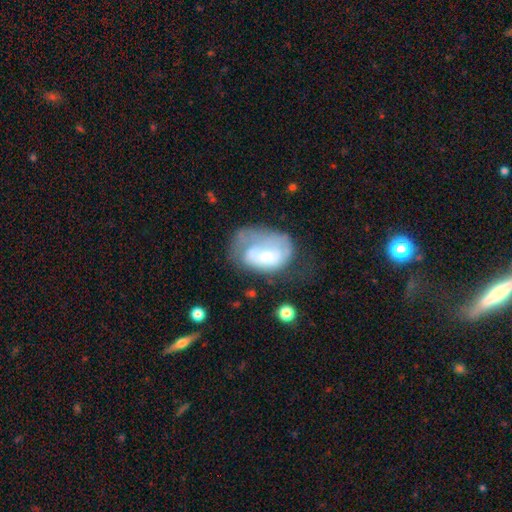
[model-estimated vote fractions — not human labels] The model was most divided on "smooth or featured": featured or disk: 49%, smooth: 43%, star or artifact: 8%. Remaining: merging — major disturbance (45%).